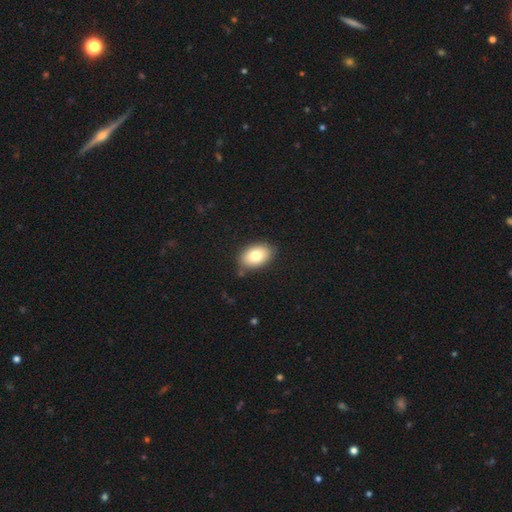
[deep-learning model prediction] This is likely a smooth galaxy (78%). How rounded: clearly in between (88%). Merging: clearly none (84%).